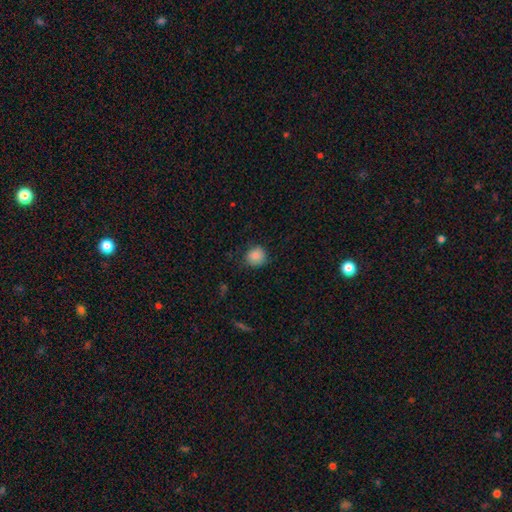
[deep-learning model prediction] This is clearly a smooth galaxy (86%). How rounded: clearly round (88%). Merging: clearly none (81%).